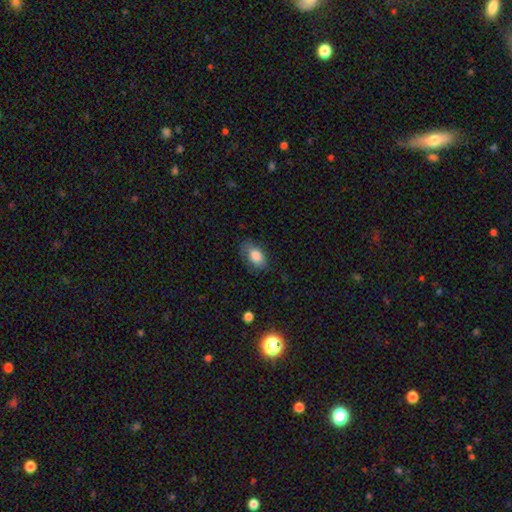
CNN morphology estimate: Overall: smooth (81%). How rounded: in between (90%). Merging: none (68%).